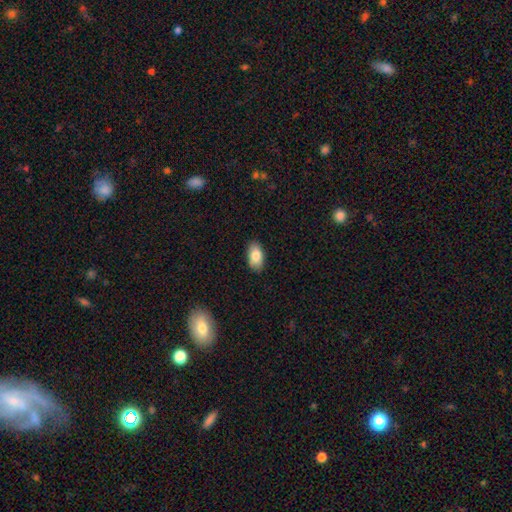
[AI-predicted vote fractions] A smooth galaxy with no disk features (84%) that is in between round and cigar-shaped (94%). Merging: none (88%).